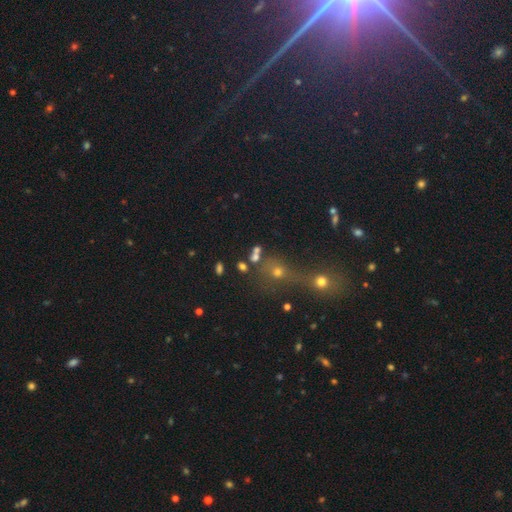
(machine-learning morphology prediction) The model was most divided on "merging": merger: 43%, none: 40%, minor disturbance: 9%, major disturbance: 8%. More confident: how rounded — round (56%); smooth or featured — smooth (56%).